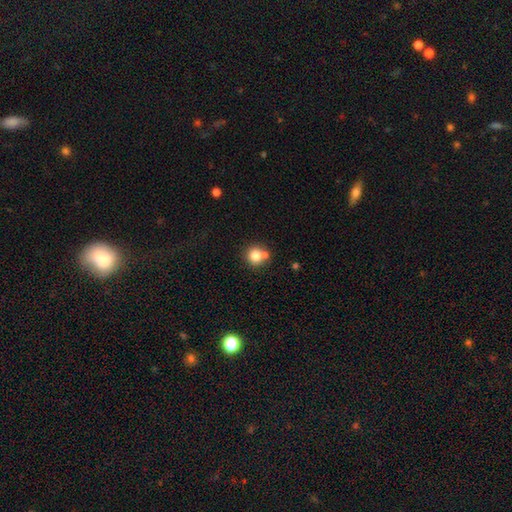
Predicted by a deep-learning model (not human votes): A smooth galaxy with no disk features (80%) that is round (90%).

Vote fractions:
- Smooth or featured? smooth: 80% / star or artifact: 11% / featured or disk: 10%
- How rounded? round: 90% / in between: 9% / cigar-shaped: 1%
- Merging? none: 60% / merger: 27% / minor disturbance: 9% / major disturbance: 3%